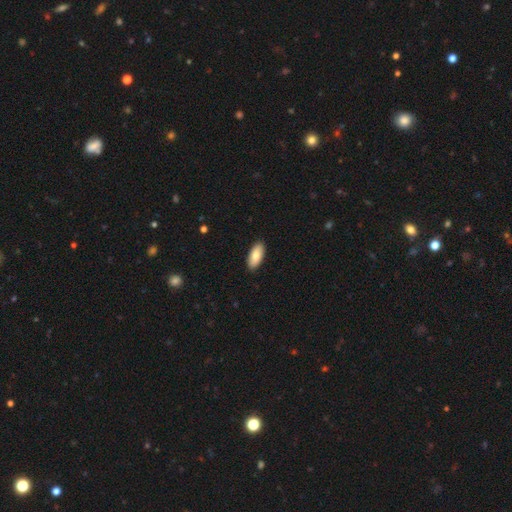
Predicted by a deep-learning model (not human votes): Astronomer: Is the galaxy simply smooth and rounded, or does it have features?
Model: smooth — 83%.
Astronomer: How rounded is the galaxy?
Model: in between — 89%.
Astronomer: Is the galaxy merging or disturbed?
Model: none — 90%.